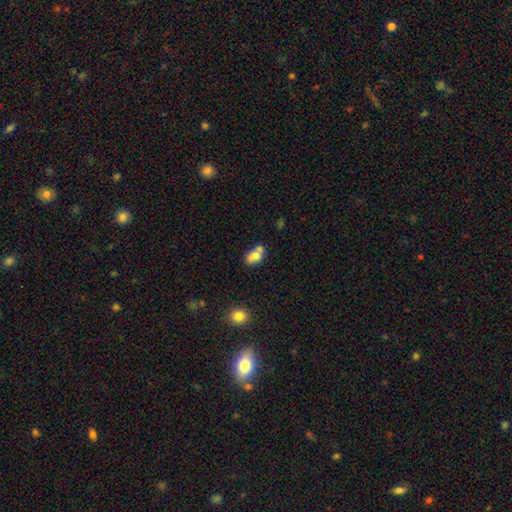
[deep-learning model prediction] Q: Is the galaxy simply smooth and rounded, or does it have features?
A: smooth — 71%.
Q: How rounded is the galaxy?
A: in between — 74%.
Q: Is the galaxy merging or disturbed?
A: merger — 43%.